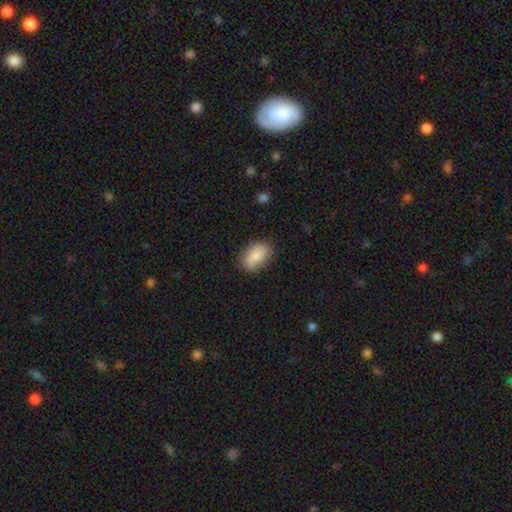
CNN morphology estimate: smooth-or-featured: smooth: 85% | featured or disk: 9% | star or artifact: 7%
  how-rounded: in between: 91% | round: 7% | cigar-shaped: 2%
  merging: none: 83% | minor disturbance: 13% | major disturbance: 3% | merger: 1%